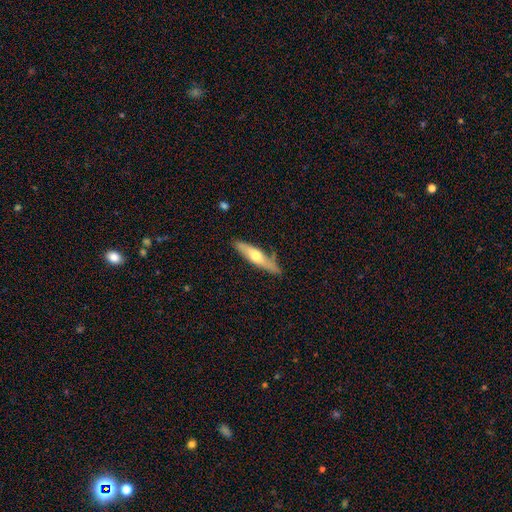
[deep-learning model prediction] This is possibly a smooth galaxy (51%). How rounded: likely cigar-shaped (75%). Merging: likely none (76%).